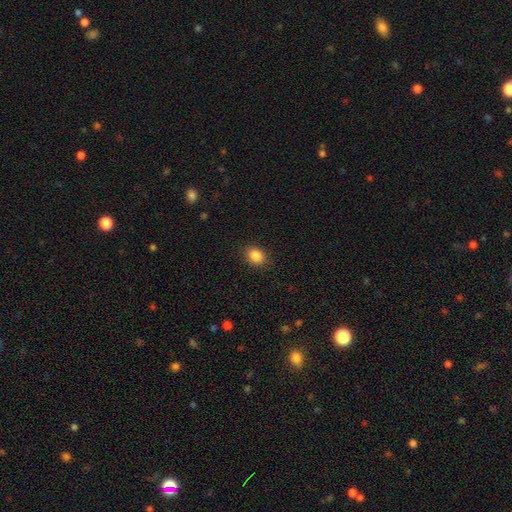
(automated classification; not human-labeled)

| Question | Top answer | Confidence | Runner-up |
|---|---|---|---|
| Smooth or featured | smooth | 86% | star or artifact (10%) |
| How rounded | round | 51% | in between (48%) |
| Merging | none | 89% | minor disturbance (8%) |